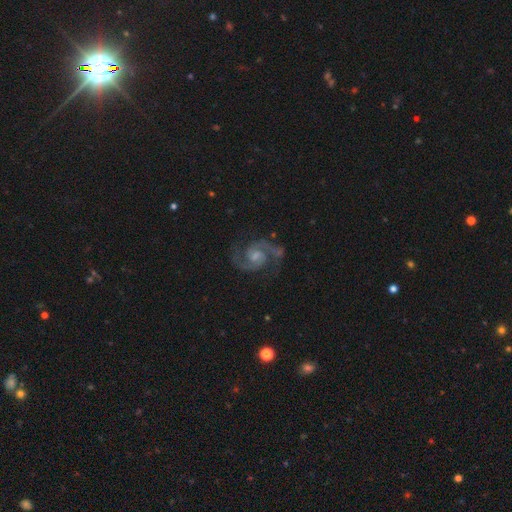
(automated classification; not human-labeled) smooth-or-featured: featured or disk: 92% | star or artifact: 5% | smooth: 3%
  disk-edge-on: no: 98% | yes: 2%
    bar: no: 55% | weak: 37% | strong: 8%
    has-spiral-arms: yes: 99% | no: 1%
      spiral-winding: medium: 64% | tight: 22% | loose: 13%
      spiral-arm-count: 2: 94% | 3: 1% | can't tell: 1% | 1: 1% | 4: 1% | more than 4: 1%
    bulge-size: moderate: 43% | small: 42% | none: 9% | large: 4% | dominant: 1%
  merging: none: 82% | minor disturbance: 12% | major disturbance: 5% | merger: 2%